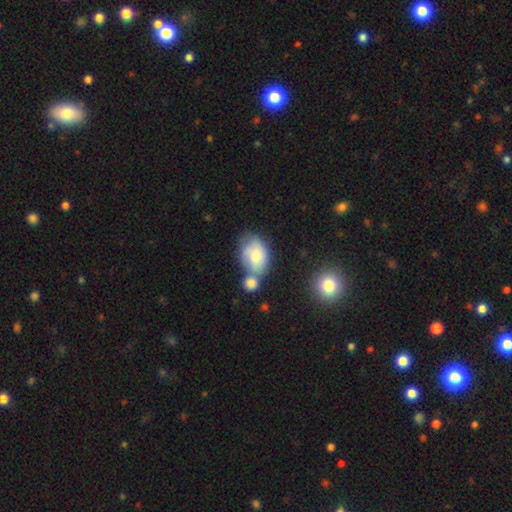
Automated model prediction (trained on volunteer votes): Overall: smooth (69%). How rounded: in between (82%). Merging: merger (41%; none 32%).